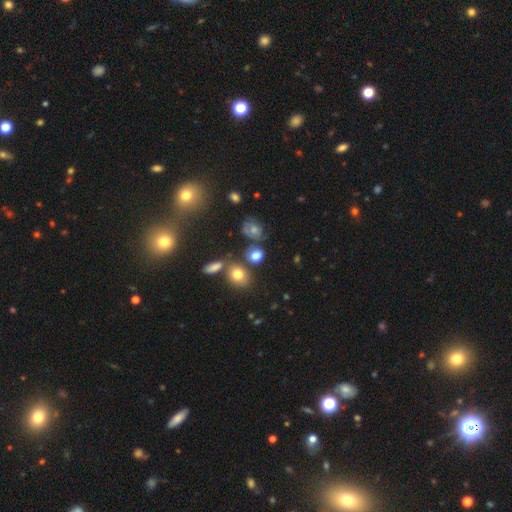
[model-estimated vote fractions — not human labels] Overall: smooth (76%). How rounded: round (57%; in between 41%). Merging: none (63%).